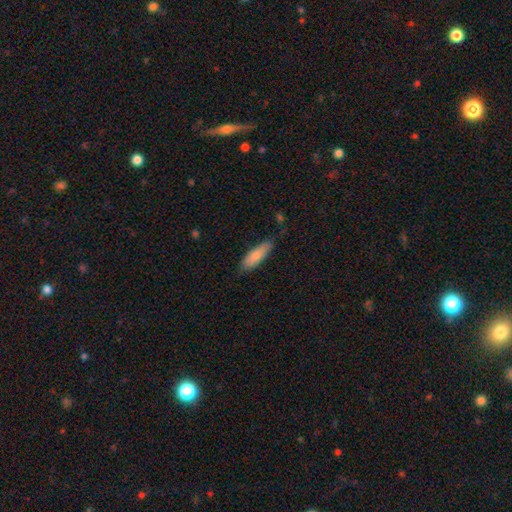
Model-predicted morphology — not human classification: A smooth galaxy with no disk features (83%) that is in between round and cigar-shaped (55%).

Vote fractions:
- Smooth or featured? smooth: 83% / featured or disk: 11% / star or artifact: 6%
- How rounded? in between: 55% / cigar-shaped: 43% / round: 2%
- Merging? none: 76% / minor disturbance: 20% / major disturbance: 3% / merger: 2%